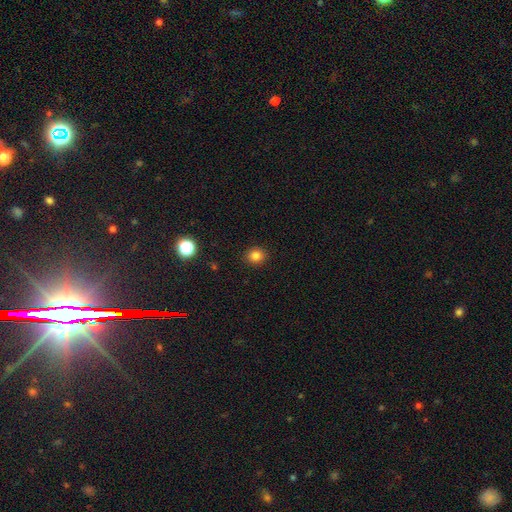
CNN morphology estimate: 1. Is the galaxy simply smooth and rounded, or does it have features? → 82% smooth, 13% star or artifact, 5% featured or disk.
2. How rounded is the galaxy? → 79% round, 20% in between, 1% cigar-shaped.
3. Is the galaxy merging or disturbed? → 91% none, 6% minor disturbance, 2% major disturbance, 1% merger.